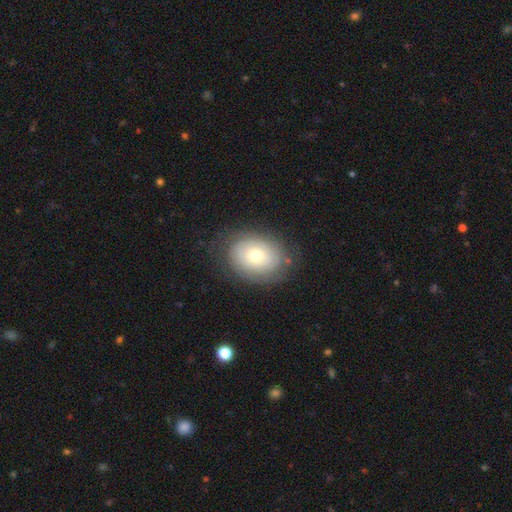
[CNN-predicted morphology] smooth-or-featured: smooth: 56% | featured or disk: 34% | star or artifact: 9%
  how-rounded: in between: 61% | round: 38% | cigar-shaped: 1%
  merging: none: 75% | minor disturbance: 16% | major disturbance: 7% | merger: 1%